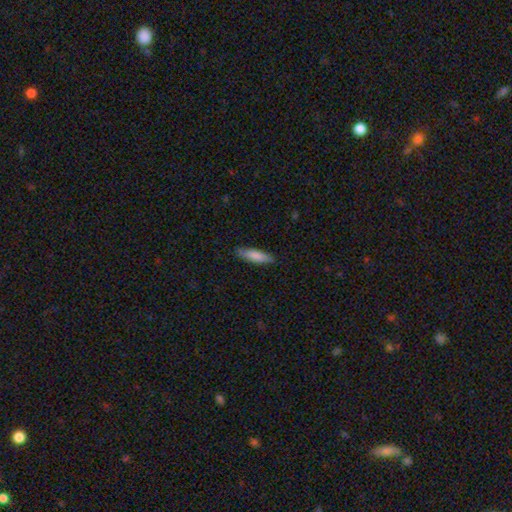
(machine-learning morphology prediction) Overall: smooth (82%). How rounded: cigar-shaped (67%; in between 32%). Merging: none (86%).